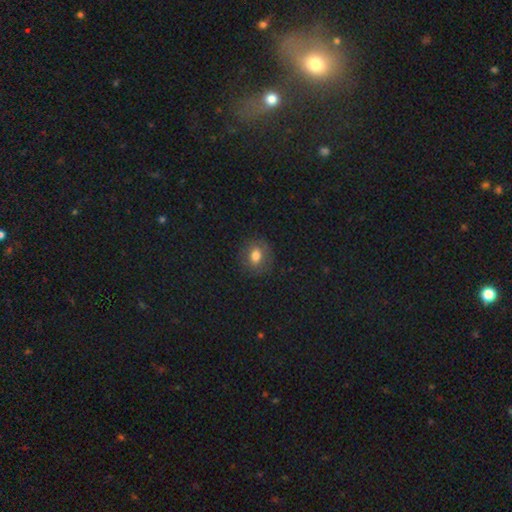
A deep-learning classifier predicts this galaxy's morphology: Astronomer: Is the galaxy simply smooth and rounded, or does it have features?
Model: smooth — 74%.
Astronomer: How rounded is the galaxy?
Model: round — 57% (runner-up: in between, 41%).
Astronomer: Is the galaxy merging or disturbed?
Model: none — 83%.